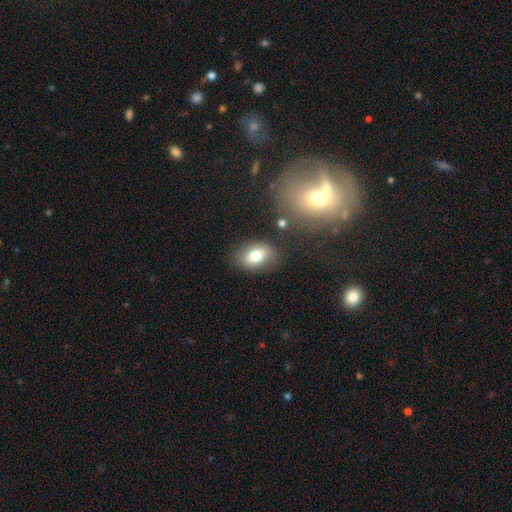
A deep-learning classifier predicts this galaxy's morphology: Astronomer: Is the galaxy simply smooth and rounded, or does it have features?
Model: smooth — 73%.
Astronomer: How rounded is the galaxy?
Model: in between — 79%.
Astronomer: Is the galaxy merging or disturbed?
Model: none — 78%.